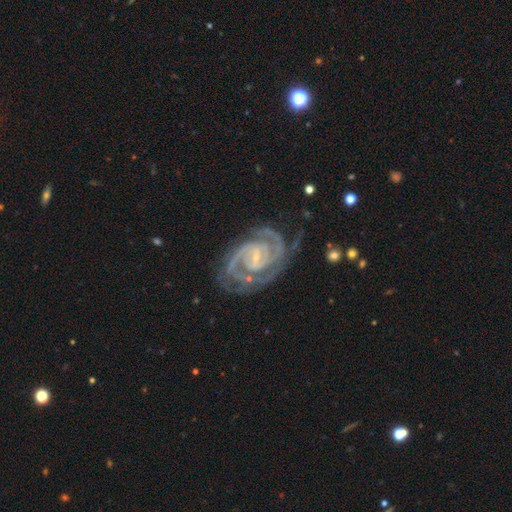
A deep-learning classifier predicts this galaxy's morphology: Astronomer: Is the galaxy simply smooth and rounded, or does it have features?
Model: featured or disk — 93%.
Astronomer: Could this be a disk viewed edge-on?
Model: no — 98%.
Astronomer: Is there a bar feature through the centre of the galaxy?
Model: weak — 47% (runner-up: no, 28%).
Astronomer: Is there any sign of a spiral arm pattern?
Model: yes — 99%.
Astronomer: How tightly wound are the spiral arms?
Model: tight — 62%.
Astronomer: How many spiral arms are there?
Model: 2 — 70%.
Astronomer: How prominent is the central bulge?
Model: small — 78%.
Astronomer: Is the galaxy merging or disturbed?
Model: none — 71%.